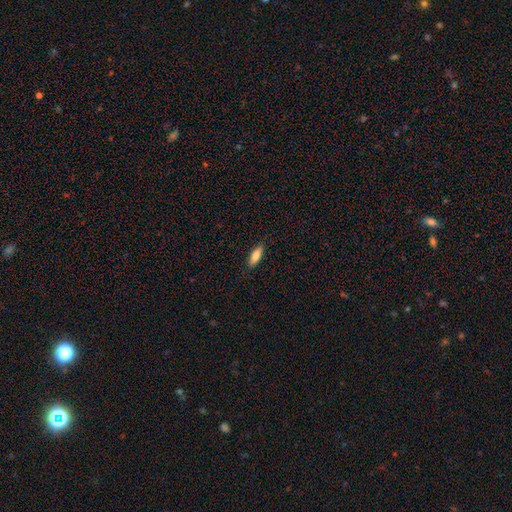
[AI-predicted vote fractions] Smooth or featured? Predicted: smooth (p=0.78). How rounded? Predicted: in between (p=0.55). Merging? Predicted: none (p=0.88).